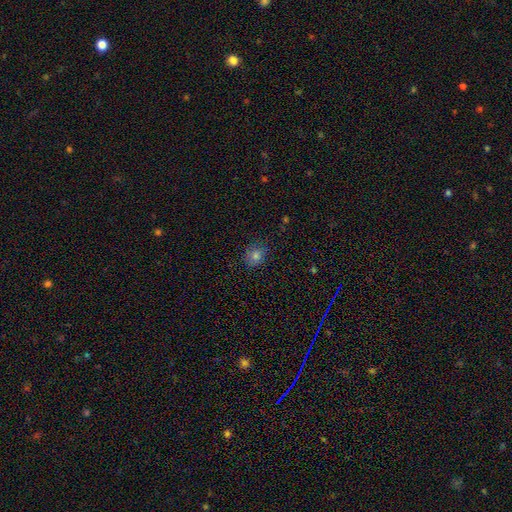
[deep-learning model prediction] This is likely a smooth galaxy (74%). How rounded: likely round (74%). Merging: clearly none (83%).